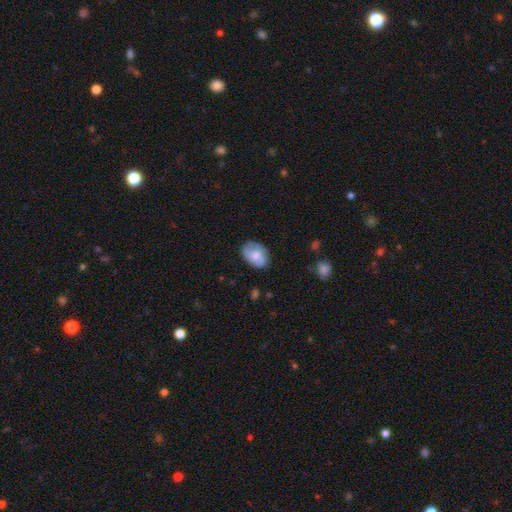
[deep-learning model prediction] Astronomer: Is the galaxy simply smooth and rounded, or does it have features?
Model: smooth — 60%.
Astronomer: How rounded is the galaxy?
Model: in between — 81%.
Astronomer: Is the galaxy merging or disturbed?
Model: none — 67%.